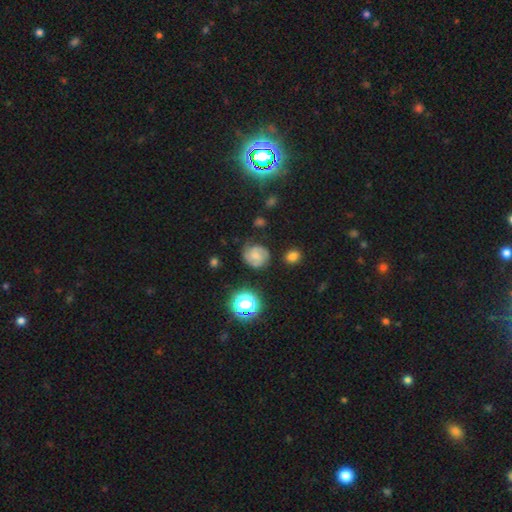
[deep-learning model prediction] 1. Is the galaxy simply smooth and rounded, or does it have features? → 55% featured or disk, 33% smooth, 12% star or artifact.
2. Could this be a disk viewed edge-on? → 98% no, 2% yes.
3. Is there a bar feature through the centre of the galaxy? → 56% no, 37% weak, 7% strong.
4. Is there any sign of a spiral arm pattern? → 90% yes, 10% no.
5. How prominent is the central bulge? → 44% small, 30% moderate, 20% none, 4% large, 2% dominant.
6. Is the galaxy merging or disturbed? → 69% none, 20% minor disturbance, 8% major disturbance, 3% merger.